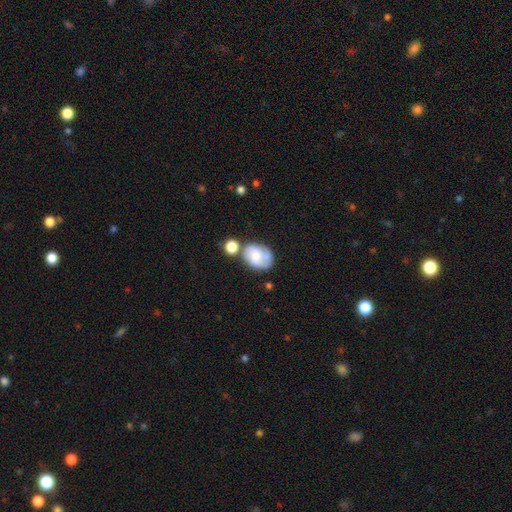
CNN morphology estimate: This is likely a smooth galaxy (61%). How rounded: likely in between (70%). Merging: possibly none (47%).